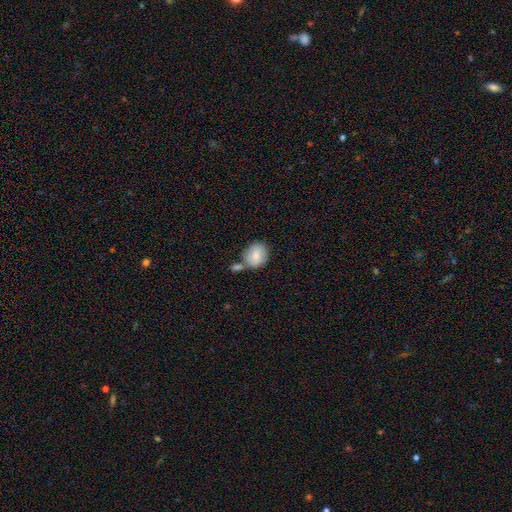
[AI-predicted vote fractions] Q: Smooth or featured?
A: smooth (82%); runner-up: featured or disk (12%)
Q: How rounded?
A: round (67%); runner-up: in between (32%)
Q: Merging?
A: none (52%); runner-up: merger (28%)